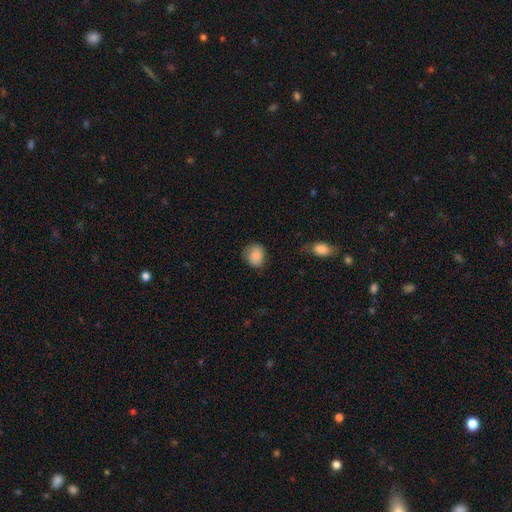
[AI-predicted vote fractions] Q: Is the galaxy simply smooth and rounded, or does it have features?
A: smooth — 86%.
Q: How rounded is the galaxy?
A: round — 69%.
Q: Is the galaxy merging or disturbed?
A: none — 66%.